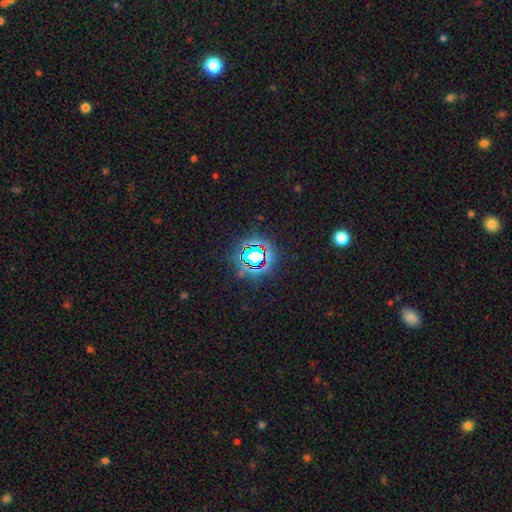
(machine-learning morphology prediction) star or artifact 74%, smooth 15%, featured or disk 11%.